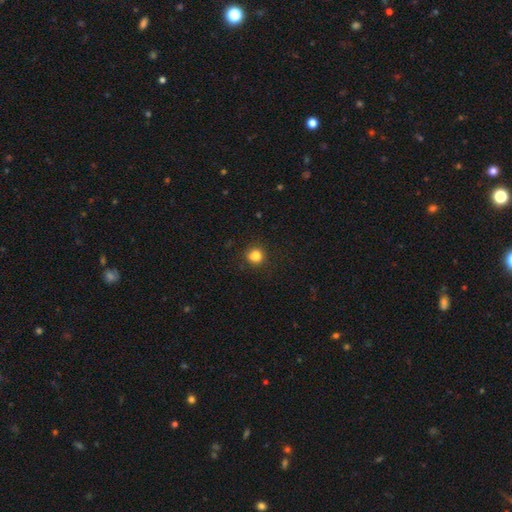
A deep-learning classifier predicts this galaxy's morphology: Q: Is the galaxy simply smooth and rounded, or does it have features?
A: smooth — 82%.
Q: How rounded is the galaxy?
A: round — 81%.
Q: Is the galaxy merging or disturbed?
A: none — 79%.